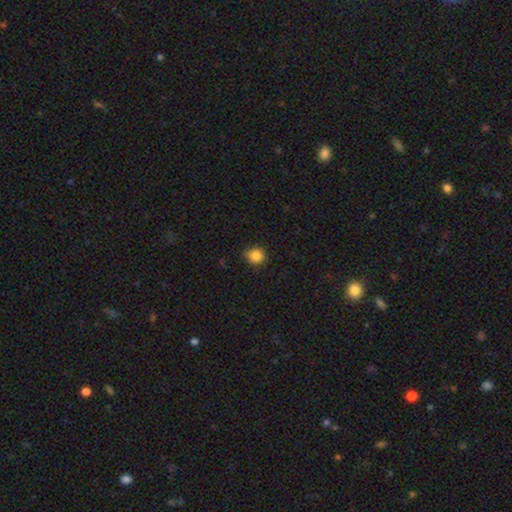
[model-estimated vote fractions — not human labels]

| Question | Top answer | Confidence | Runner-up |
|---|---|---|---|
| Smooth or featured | smooth | 86% | star or artifact (11%) |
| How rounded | round | 91% | in between (8%) |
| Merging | none | 84% | minor disturbance (13%) |